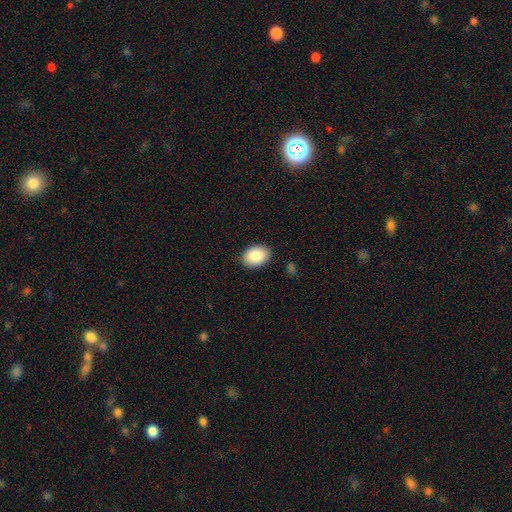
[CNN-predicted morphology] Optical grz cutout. It shows a smooth galaxy with no disk features (89%) that is in between round and cigar-shaped (78%). Merging: none (87%).